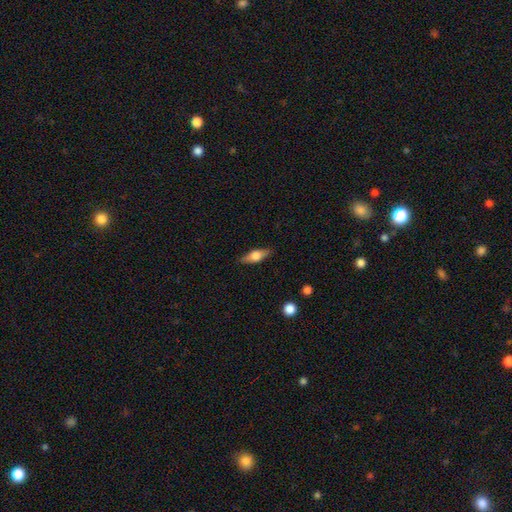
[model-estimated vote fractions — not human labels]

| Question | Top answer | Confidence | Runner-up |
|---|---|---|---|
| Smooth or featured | smooth | 54% | featured or disk (39%) |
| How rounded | in between | 59% | cigar-shaped (36%) |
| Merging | none | 85% | minor disturbance (11%) |